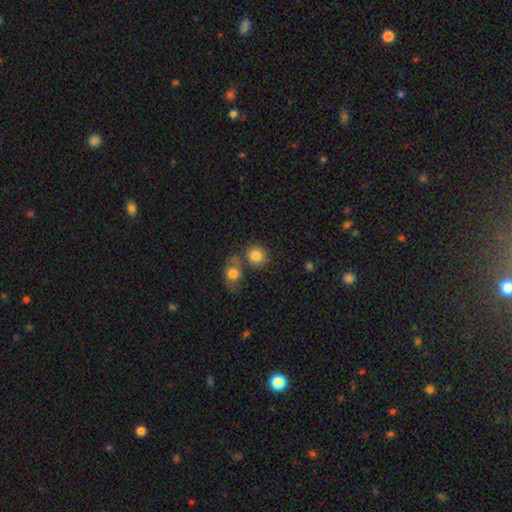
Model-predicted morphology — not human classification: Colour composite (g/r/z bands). It shows a smooth galaxy with no disk features (83%) that is round (80%). Merging: none (58%).